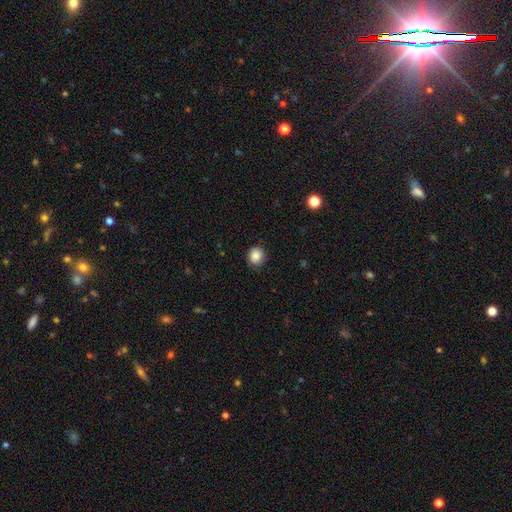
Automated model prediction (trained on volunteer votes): A smooth galaxy with no disk features (87%) that is round (88%). Merging: none (87%).